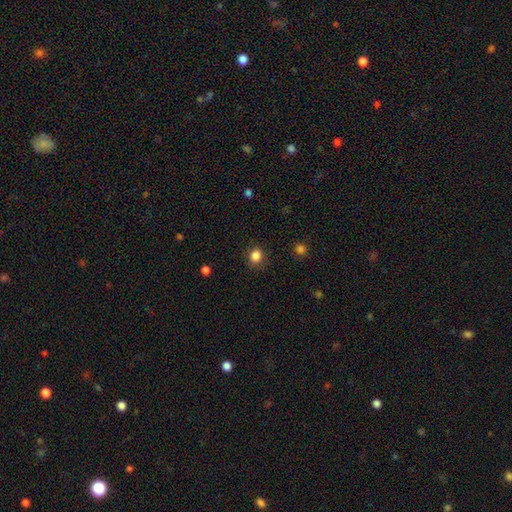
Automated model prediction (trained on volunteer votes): This appears to be a smooth galaxy with no disk features (84%) that is round (76%). Merging: none (86%).